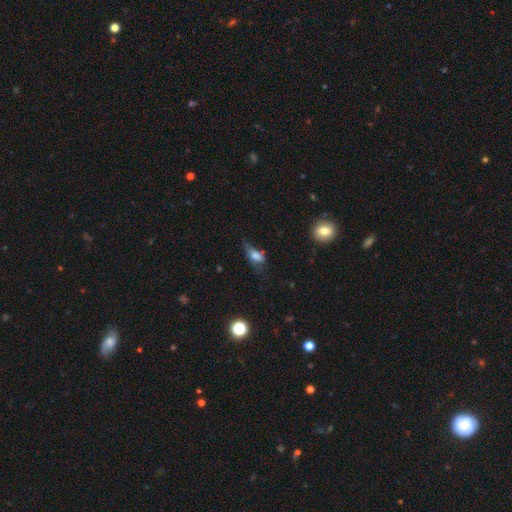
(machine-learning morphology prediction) smooth_or_featured: smooth (p=0.60) [alt: featured or disk p=0.28]
how_rounded: in between (p=0.77) [alt: cigar-shaped p=0.14]
merging: major disturbance (p=0.33) [alt: none p=0.32]